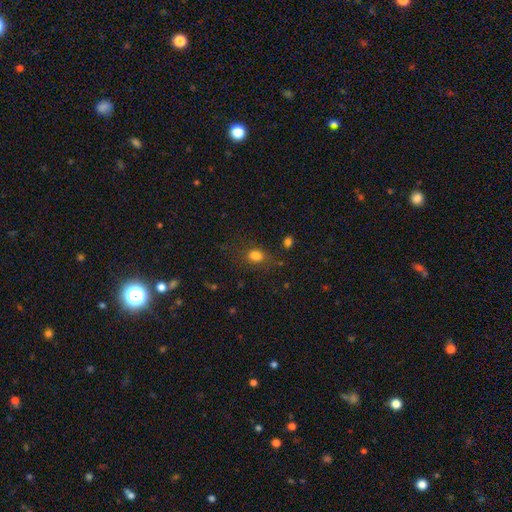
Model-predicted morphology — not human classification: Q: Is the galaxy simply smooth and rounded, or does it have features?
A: smooth — 80%.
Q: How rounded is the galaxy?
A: in between — 63%.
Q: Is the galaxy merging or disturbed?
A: none — 72%.